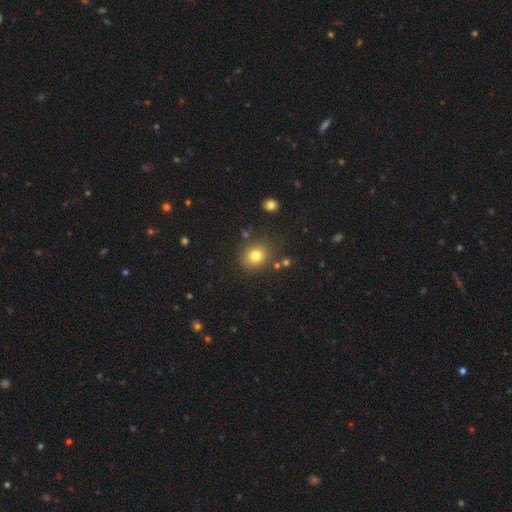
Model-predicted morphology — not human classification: smooth 79%, star or artifact 13%, featured or disk 8%. Down the decision tree: how rounded — round (77%); merging — none (82%).